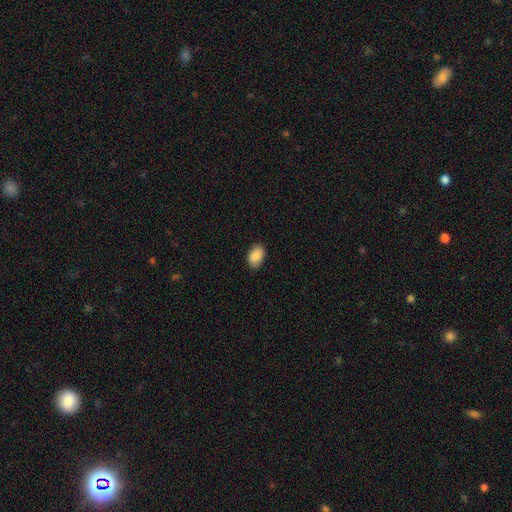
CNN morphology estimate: Smooth or featured? smooth (89%)
How rounded? in between (88%)
Merging? none (87%)